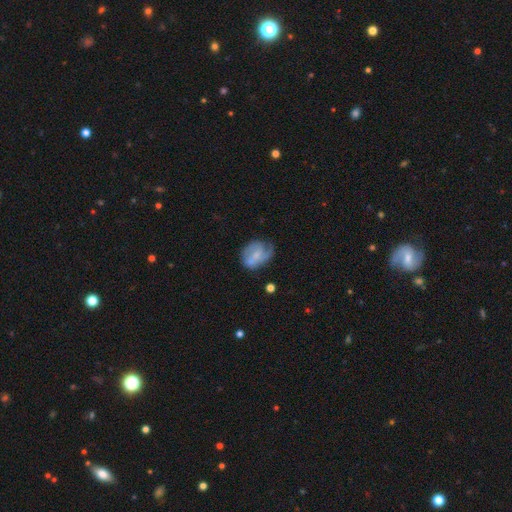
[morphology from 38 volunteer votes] Q: Smooth or featured?
A: featured or disk (53%); runner-up: smooth (42%)
Q: Edge-on disk?
A: no (100%)
Q: Bar?
A: no (50%); runner-up: weak (40%)
Q: Spiral arms?
A: yes (70%); runner-up: no (30%)
Q: Spiral winding?
A: medium (64%); runner-up: tight (21%)
Q: Spiral arm count?
A: 2 (36%); tied with: can't tell (36%)
Q: Bulge size?
A: moderate (35%); runner-up: small (30%)
Q: Merging?
A: none (58%); runner-up: minor disturbance (31%)